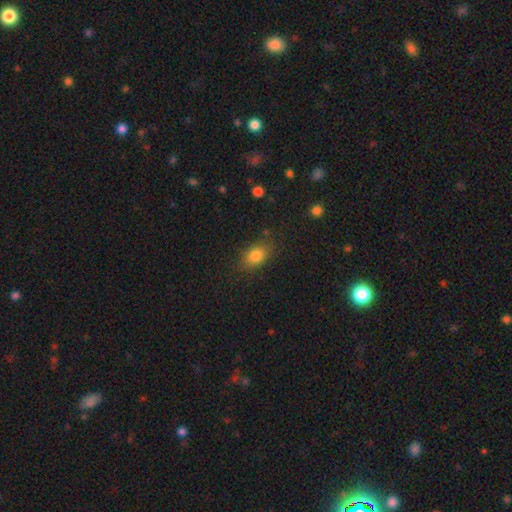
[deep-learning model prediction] smooth-or-featured: smooth: 82% | star or artifact: 10% | featured or disk: 7%
  how-rounded: in between: 77% | round: 21% | cigar-shaped: 3%
  merging: none: 80% | minor disturbance: 14% | major disturbance: 4% | merger: 2%